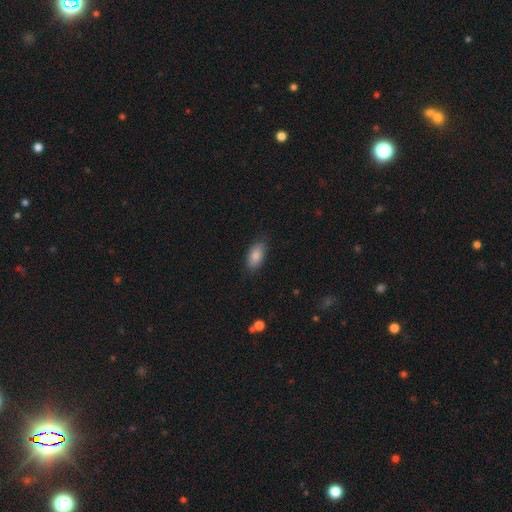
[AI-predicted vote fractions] smooth 85%, featured or disk 8%, star or artifact 7%. Down the decision tree: how rounded — in between (91%); merging — none (82%).